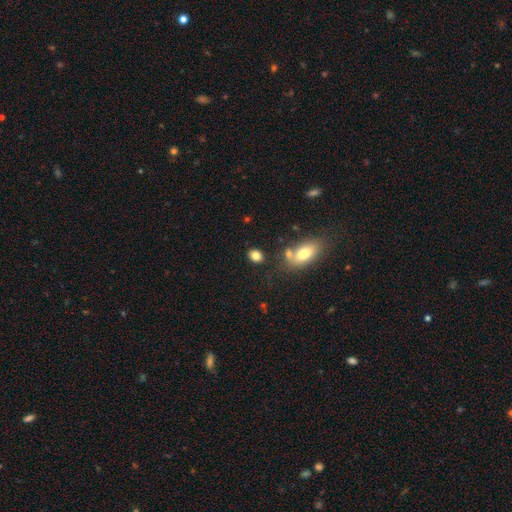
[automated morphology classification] Smooth or featured: smooth — 83% (star or artifact — 10%)
How rounded: in between — 65% (round — 33%)
Merging: none — 78% (minor disturbance — 11%)